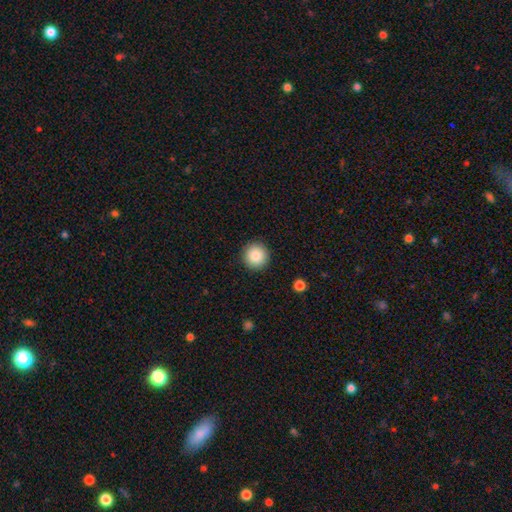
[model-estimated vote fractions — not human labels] smooth 85%, star or artifact 9%, featured or disk 6%. Down the decision tree: how rounded — round (96%); merging — none (92%).